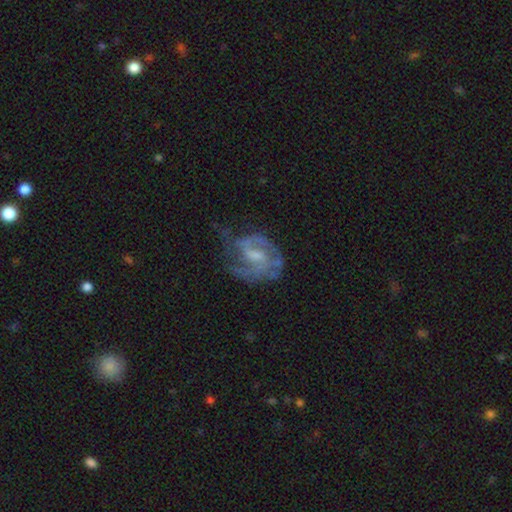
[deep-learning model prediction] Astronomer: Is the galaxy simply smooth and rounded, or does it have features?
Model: featured or disk — 82%.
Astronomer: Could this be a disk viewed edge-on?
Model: no — 98%.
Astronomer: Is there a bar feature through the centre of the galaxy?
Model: weak — 56%.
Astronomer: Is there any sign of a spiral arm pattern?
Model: yes — 91%.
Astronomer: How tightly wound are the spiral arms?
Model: medium — 48% (runner-up: tight, 35%).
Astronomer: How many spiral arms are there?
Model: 2 — 59%.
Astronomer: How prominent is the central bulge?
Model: moderate — 37% (runner-up: small, 36%).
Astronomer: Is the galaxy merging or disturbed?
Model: none — 49% (runner-up: minor disturbance, 25%).